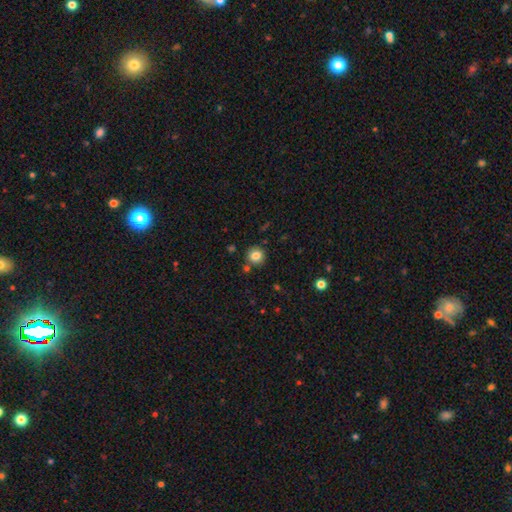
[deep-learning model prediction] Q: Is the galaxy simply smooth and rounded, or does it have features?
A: smooth — 82%.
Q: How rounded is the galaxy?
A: round — 92%.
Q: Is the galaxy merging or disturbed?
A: none — 83%.